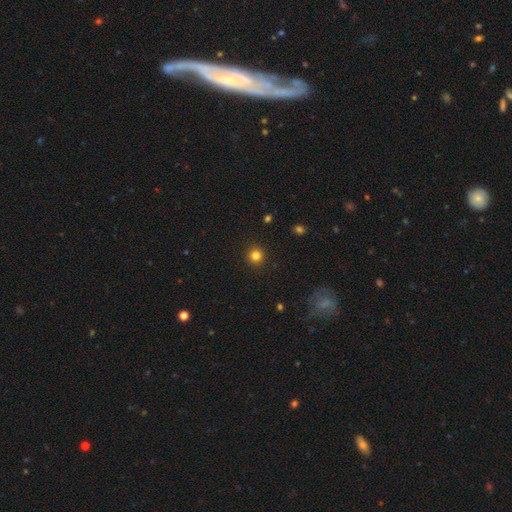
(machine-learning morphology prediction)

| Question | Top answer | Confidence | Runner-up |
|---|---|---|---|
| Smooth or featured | smooth | 82% | star or artifact (13%) |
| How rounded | round | 94% | in between (5%) |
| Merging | none | 93% | minor disturbance (5%) |